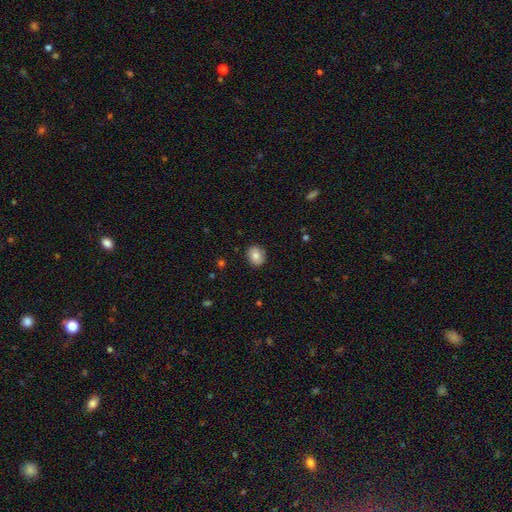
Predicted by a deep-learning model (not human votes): Smooth or featured? Predicted: smooth (p=0.82). How rounded? Predicted: round (p=0.66). Merging? Predicted: none (p=0.89).